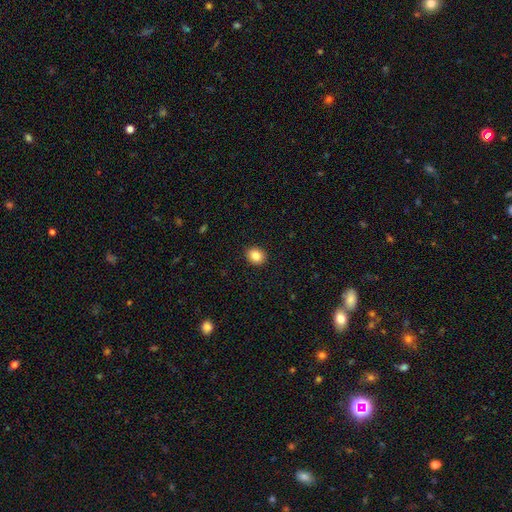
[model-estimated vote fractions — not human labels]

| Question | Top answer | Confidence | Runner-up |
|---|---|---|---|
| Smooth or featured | smooth | 86% | star or artifact (9%) |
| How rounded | round | 57% | in between (42%) |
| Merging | none | 91% | minor disturbance (6%) |